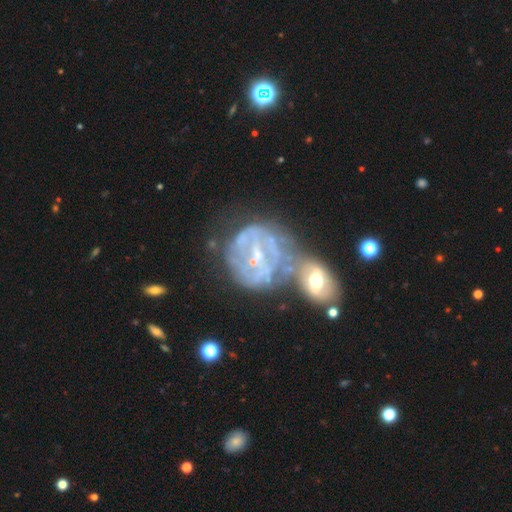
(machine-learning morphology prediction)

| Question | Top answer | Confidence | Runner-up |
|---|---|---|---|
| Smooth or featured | featured or disk | 80% | smooth (10%) |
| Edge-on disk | no | 96% | yes (4%) |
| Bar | weak | 39% | no (38%) |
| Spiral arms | yes | 88% | no (12%) |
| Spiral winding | tight | 67% | medium (25%) |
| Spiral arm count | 2 | 39% | can't tell (29%) |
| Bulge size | small | 69% | moderate (26%) |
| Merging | merger | 41% | none (37%) |